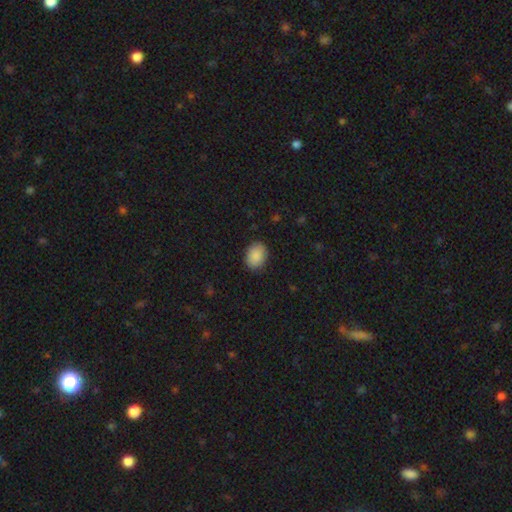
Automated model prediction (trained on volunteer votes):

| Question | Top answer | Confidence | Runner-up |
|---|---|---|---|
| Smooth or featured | smooth | 90% | star or artifact (7%) |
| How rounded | in between | 71% | round (28%) |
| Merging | none | 87% | minor disturbance (10%) |